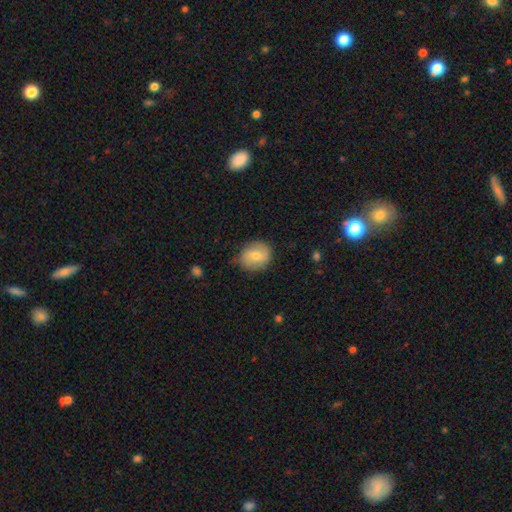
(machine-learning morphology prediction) This appears to be a smooth galaxy with no disk features (61%) that is round (68%). Merging: none (81%).